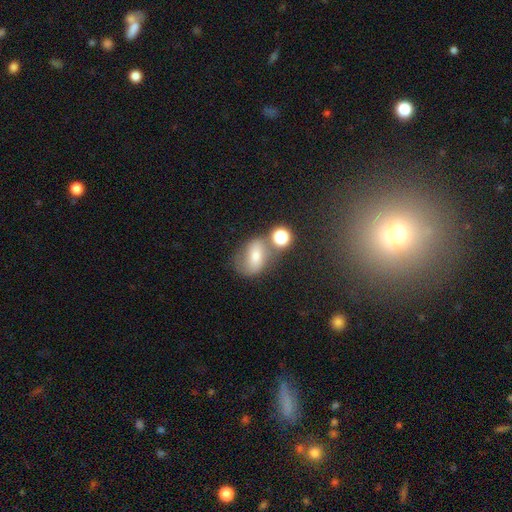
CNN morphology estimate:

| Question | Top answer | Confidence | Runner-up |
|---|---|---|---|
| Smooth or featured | smooth | 59% | featured or disk (27%) |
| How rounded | in between | 69% | round (28%) |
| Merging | none | 44% | merger (21%) |